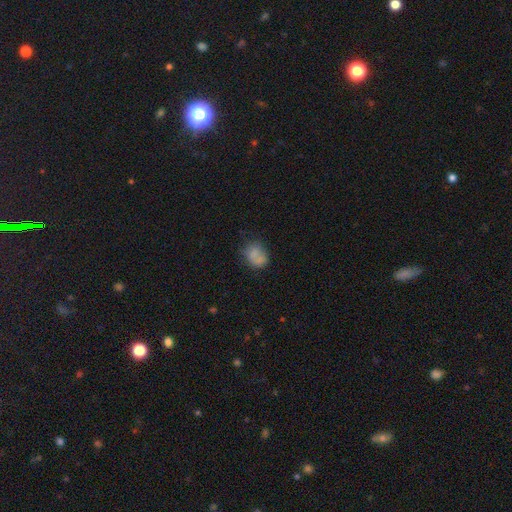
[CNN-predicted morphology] Q: Smooth or featured?
A: smooth (76%); runner-up: featured or disk (13%)
Q: How rounded?
A: in between (50%); runner-up: round (49%)
Q: Merging?
A: none (54%); runner-up: minor disturbance (26%)